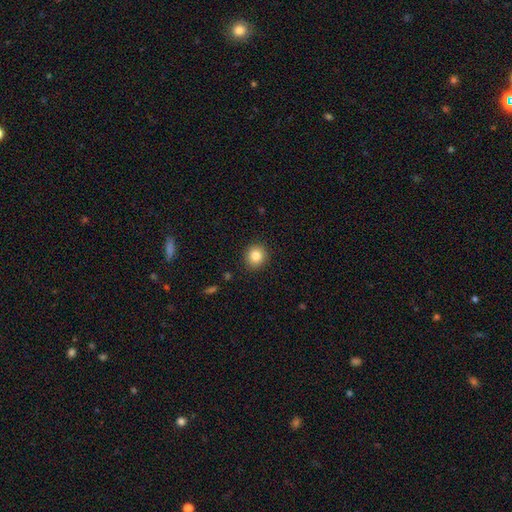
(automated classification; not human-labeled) The model was most divided on "smooth or featured": smooth: 82%, star or artifact: 10%, featured or disk: 7%. More confident: merging — none (90%); how rounded — round (87%).